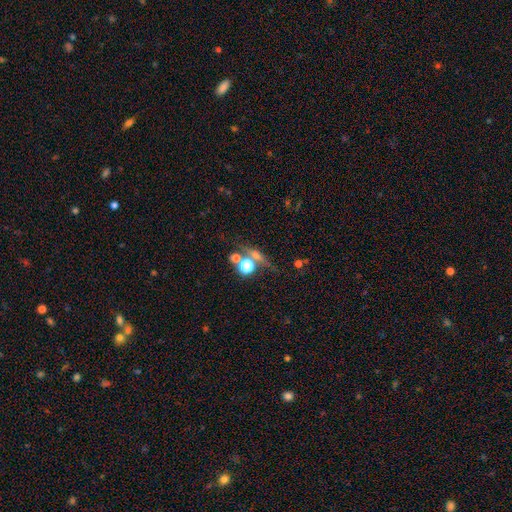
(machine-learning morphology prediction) Overall: smooth (35%; featured or disk 33%). Merging: none (62%).